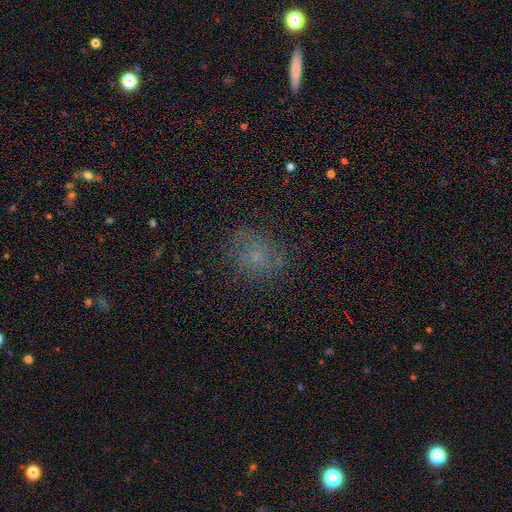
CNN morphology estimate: This is possibly a smooth galaxy (57%). How rounded: likely round (72%). Merging: likely none (73%).